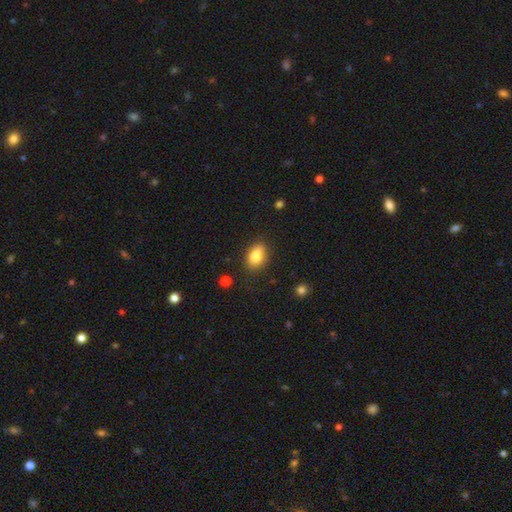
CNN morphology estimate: Smooth or featured? Predicted: smooth (p=0.85). How rounded? Predicted: in between (p=0.84). Merging? Predicted: none (p=0.77).